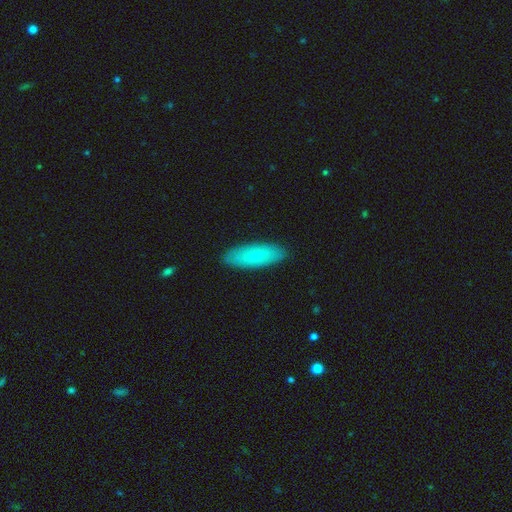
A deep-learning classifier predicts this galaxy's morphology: A smooth galaxy with no disk features (67%) that is in between round and cigar-shaped (68%).

Vote fractions:
- Smooth or featured? smooth: 67% / featured or disk: 27% / star or artifact: 6%
- How rounded? in between: 68% / cigar-shaped: 30% / round: 3%
- Merging? none: 88% / minor disturbance: 9% / major disturbance: 2% / merger: 1%